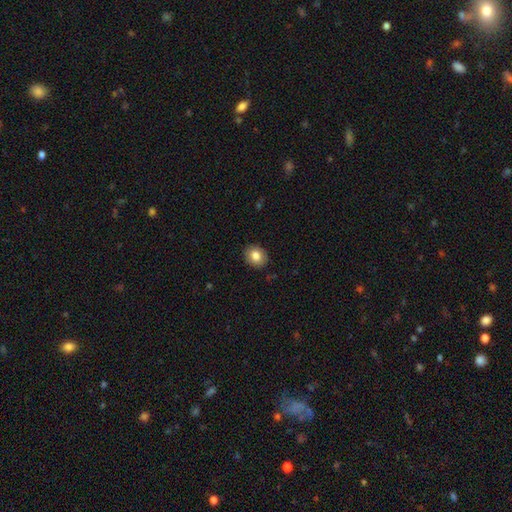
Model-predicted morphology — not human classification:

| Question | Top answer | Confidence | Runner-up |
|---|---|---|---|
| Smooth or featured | smooth | 82% | featured or disk (9%) |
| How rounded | round | 58% | in between (41%) |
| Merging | none | 89% | minor disturbance (8%) |